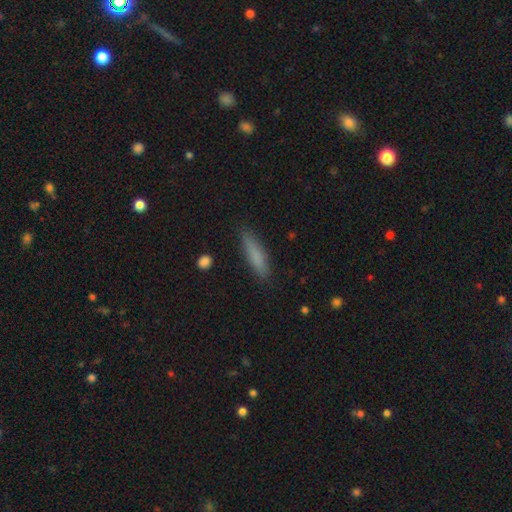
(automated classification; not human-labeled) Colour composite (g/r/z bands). It shows a smooth galaxy with no disk features (80%) that is cigar-shaped (80%). Merging: none (86%).